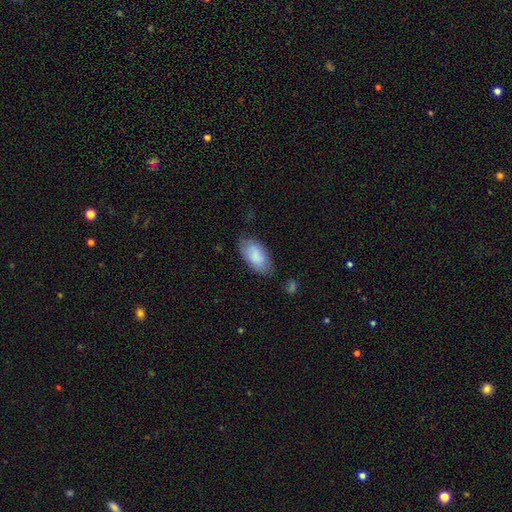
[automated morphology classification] Smooth or featured?
  - smooth: 85% *
  - featured or disk: 10%
  - star or artifact: 6%
How rounded?
  - in between: 95% *
  - cigar-shaped: 3%
  - round: 2%
Merging?
  - none: 75% *
  - minor disturbance: 19%
  - major disturbance: 4%
  - merger: 2%